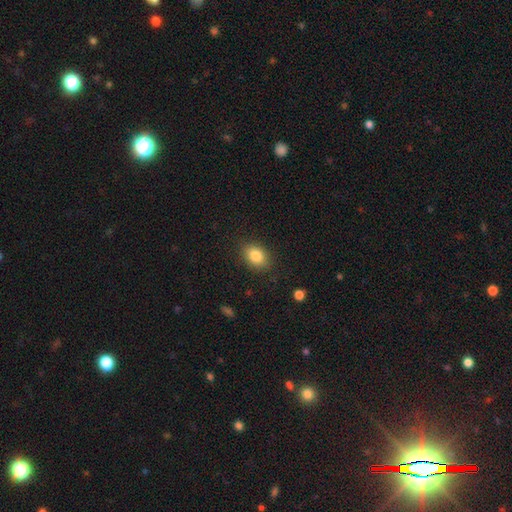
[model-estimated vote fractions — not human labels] The model was most divided on "how rounded": in between: 73%, round: 25%, cigar-shaped: 1%. More confident: merging — none (86%); smooth or featured — smooth (84%).